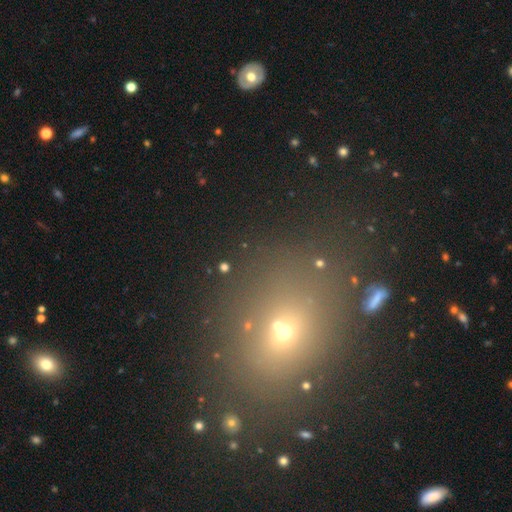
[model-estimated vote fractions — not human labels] Smooth or featured? Predicted: star or artifact (p=0.47).